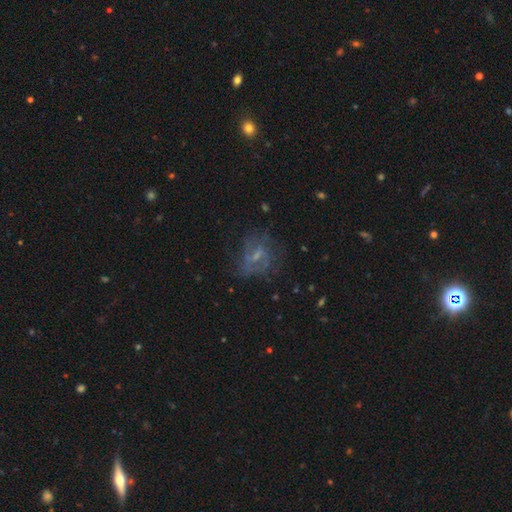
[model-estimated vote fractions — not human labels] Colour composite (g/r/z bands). It shows a featured or disk galaxy (57%) with a weak bar (47%), spiral arms (61%) and a small central bulge (51%). Merging: none (56%).